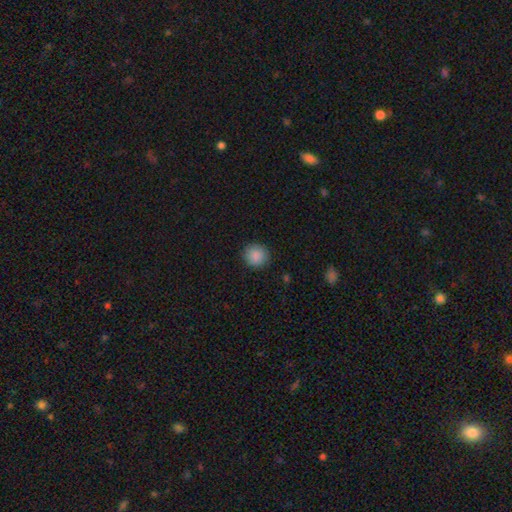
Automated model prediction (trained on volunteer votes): Q: Smooth or featured?
A: smooth (89%); runner-up: star or artifact (8%)
Q: How rounded?
A: round (93%); runner-up: in between (6%)
Q: Merging?
A: none (90%); runner-up: minor disturbance (7%)